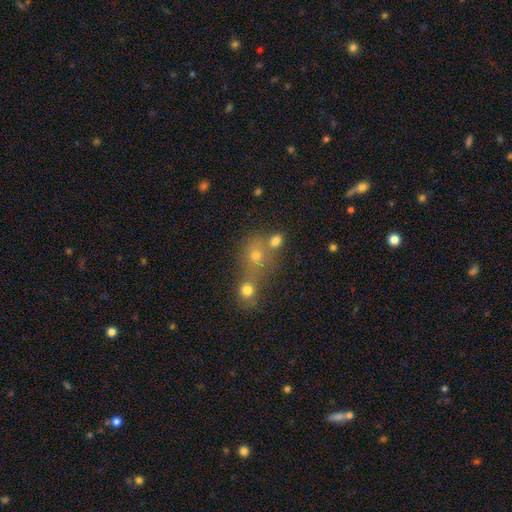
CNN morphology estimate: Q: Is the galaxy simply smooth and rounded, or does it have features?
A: smooth — 66%.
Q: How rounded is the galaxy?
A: round — 70%.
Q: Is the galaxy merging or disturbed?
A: merger — 47%.